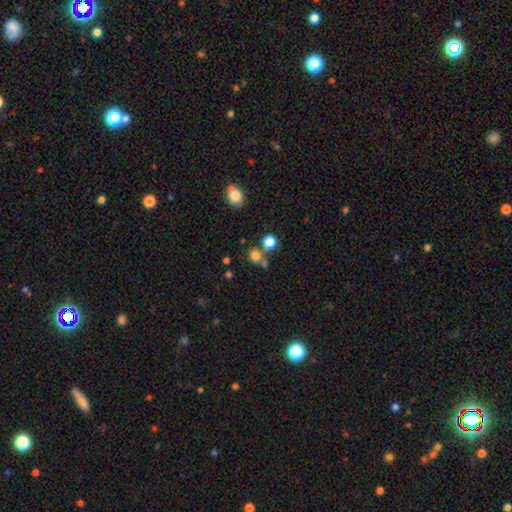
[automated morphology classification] Smooth or featured?
  - smooth: 76% *
  - star or artifact: 16%
  - featured or disk: 8%
How rounded?
  - round: 80% *
  - in between: 19%
  - cigar-shaped: 1%
Merging?
  - none: 61% *
  - merger: 25%
  - minor disturbance: 10%
  - major disturbance: 4%